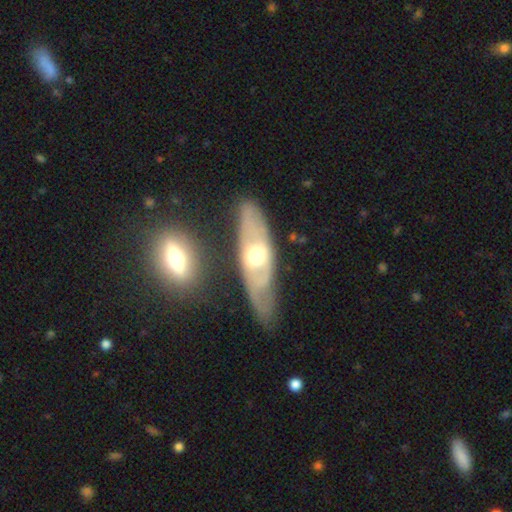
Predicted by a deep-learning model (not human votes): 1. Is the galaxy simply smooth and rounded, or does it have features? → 67% featured or disk, 28% smooth, 6% star or artifact.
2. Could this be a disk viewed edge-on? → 70% no, 30% yes.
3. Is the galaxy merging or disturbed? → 67% none, 19% minor disturbance, 7% merger, 7% major disturbance.